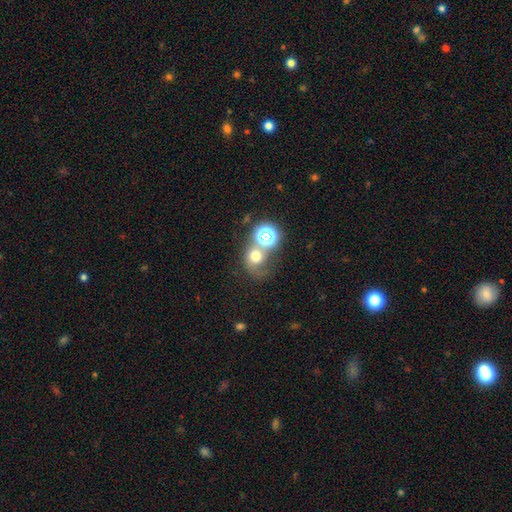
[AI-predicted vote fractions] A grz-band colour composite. It shows a smooth galaxy with no disk features (57%) that is round (71%). Merging: merger (48%).